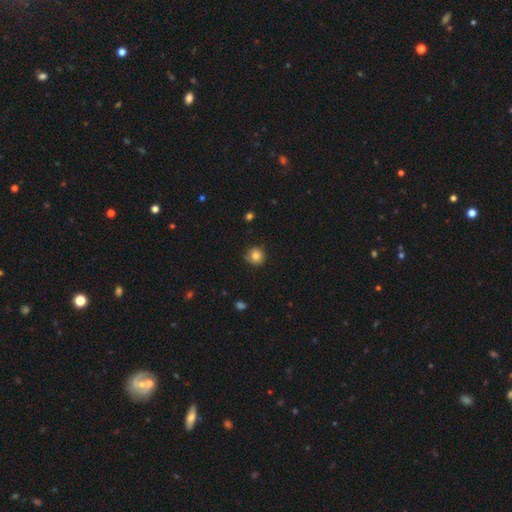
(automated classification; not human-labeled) This appears to be a smooth galaxy with no disk features (82%) that is round (90%). Merging: none (77%).